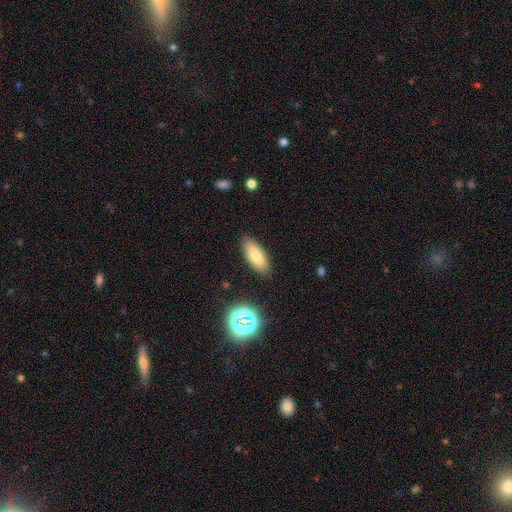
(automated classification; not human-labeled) Q: Smooth or featured?
A: smooth (75%); runner-up: featured or disk (15%)
Q: How rounded?
A: in between (78%); runner-up: cigar-shaped (19%)
Q: Merging?
A: none (87%); runner-up: minor disturbance (9%)